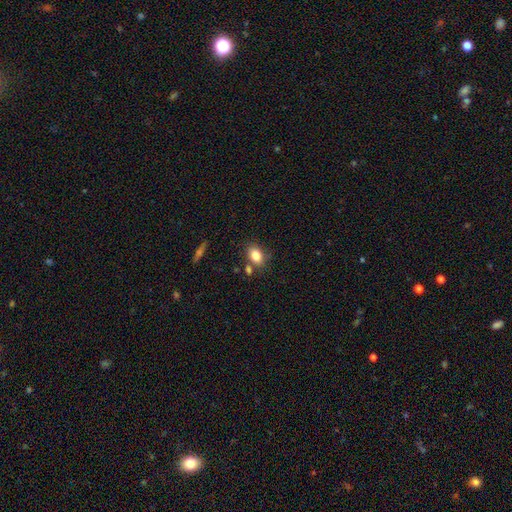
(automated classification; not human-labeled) A smooth galaxy with no disk features (82%) that is in between round and cigar-shaped (77%). Merging: none (72%).